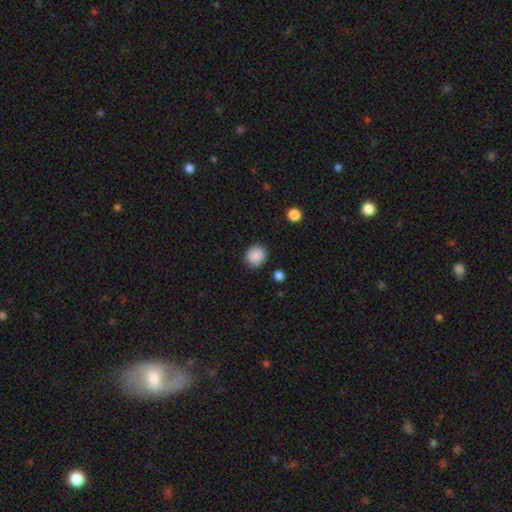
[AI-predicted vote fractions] smooth 88%, star or artifact 9%, featured or disk 3%. Down the decision tree: how rounded — round (84%); merging — none (87%).